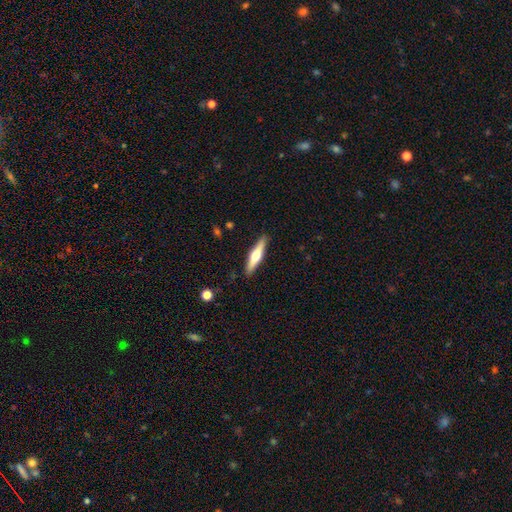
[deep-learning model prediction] Smooth or featured? Predicted: featured or disk (p=0.55). Edge-on disk? Predicted: yes (p=0.95). Edge-on bulge? Predicted: rounded (p=0.93). Merging? Predicted: none (p=0.90).